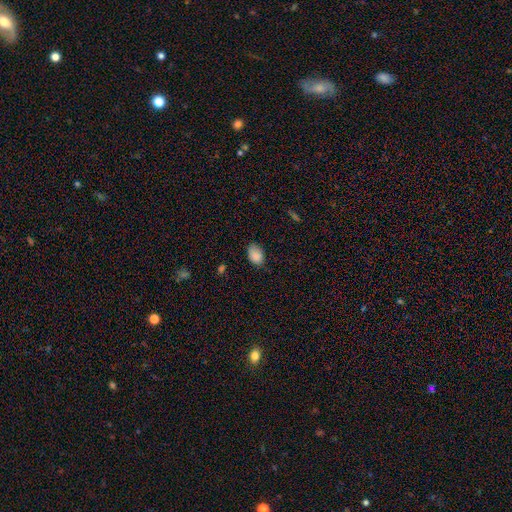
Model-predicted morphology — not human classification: Smooth or featured?
  - smooth: 87% *
  - star or artifact: 8%
  - featured or disk: 5%
How rounded?
  - in between: 82% *
  - round: 17%
  - cigar-shaped: 1%
Merging?
  - none: 68% *
  - minor disturbance: 26%
  - major disturbance: 5%
  - merger: 1%